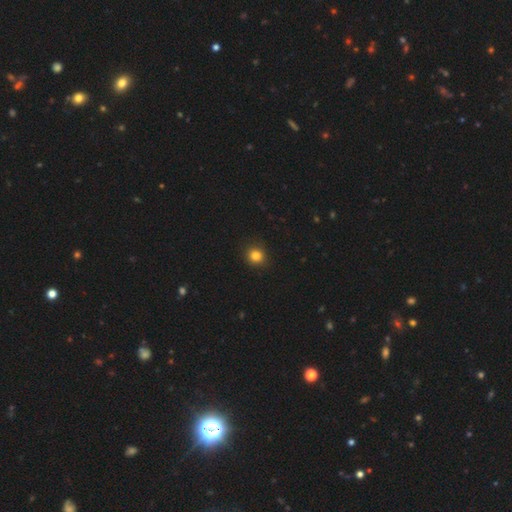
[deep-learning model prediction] Smooth or featured? smooth (83%)
How rounded? round (90%)
Merging? none (90%)